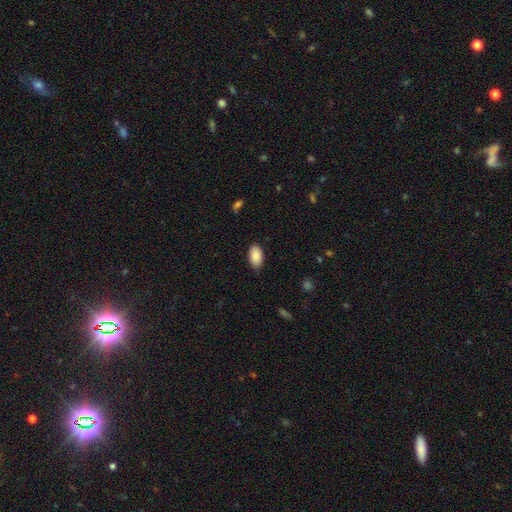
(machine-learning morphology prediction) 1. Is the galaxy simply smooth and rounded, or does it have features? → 89% smooth, 7% star or artifact, 5% featured or disk.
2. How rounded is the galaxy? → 94% in between, 4% round, 2% cigar-shaped.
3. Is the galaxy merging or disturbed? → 77% none, 19% minor disturbance, 3% major disturbance, 1% merger.